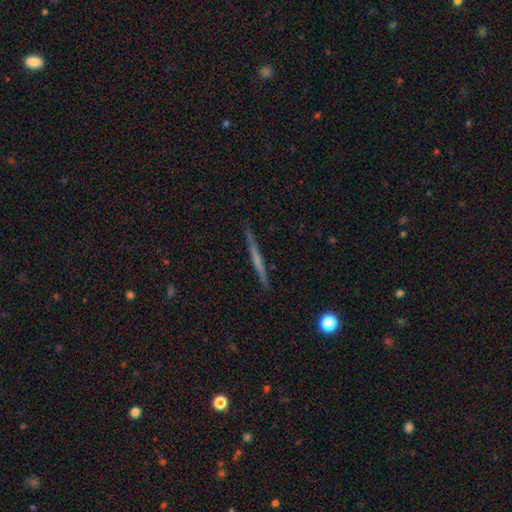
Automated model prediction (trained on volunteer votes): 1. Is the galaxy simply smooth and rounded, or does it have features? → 52% featured or disk, 41% smooth, 7% star or artifact.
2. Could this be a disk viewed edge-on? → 97% yes, 3% no.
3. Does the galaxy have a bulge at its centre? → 86% none, 9% rounded, 5% boxy.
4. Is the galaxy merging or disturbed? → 91% none, 7% minor disturbance, 1% major disturbance, 1% merger.